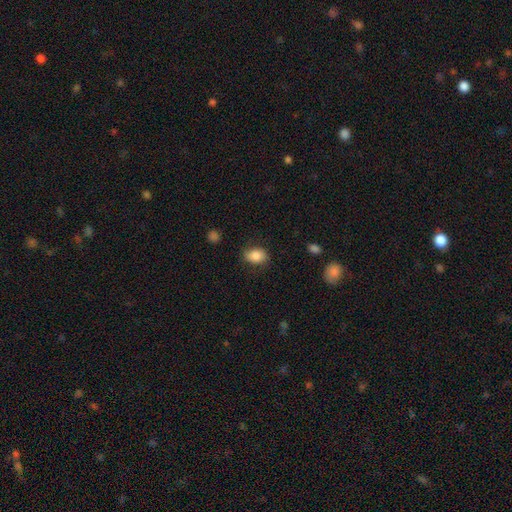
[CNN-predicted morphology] Smooth or featured? Predicted: smooth (p=0.85). How rounded? Predicted: in between (p=0.77). Merging? Predicted: none (p=0.78).